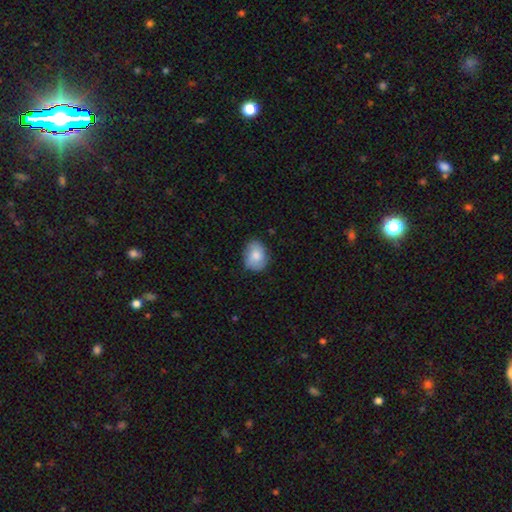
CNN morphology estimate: Q: Smooth or featured?
A: smooth (78%); runner-up: featured or disk (15%)
Q: How rounded?
A: in between (58%); runner-up: round (41%)
Q: Merging?
A: none (75%); runner-up: minor disturbance (19%)